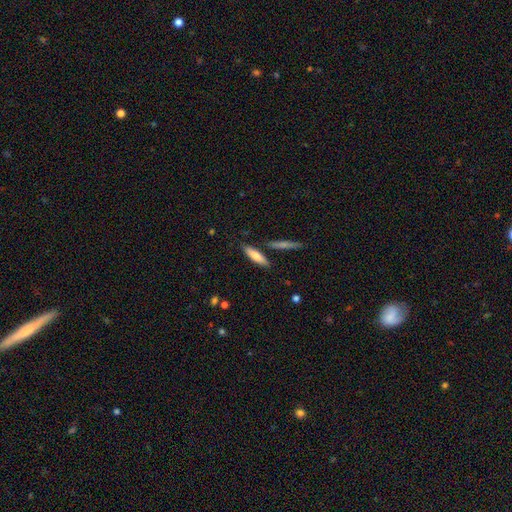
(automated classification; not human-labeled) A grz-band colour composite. It shows a smooth galaxy with no disk features (76%) that is cigar-shaped (64%). Merging: none (79%).